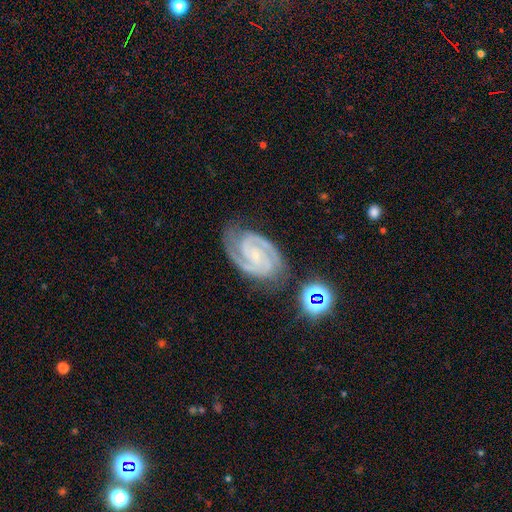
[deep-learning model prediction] A featured or disk galaxy (92%) with no bar (49%), 2 (89%) tight (61%) spiral arms (99%) and a small central bulge (76%). Merging: none (77%).